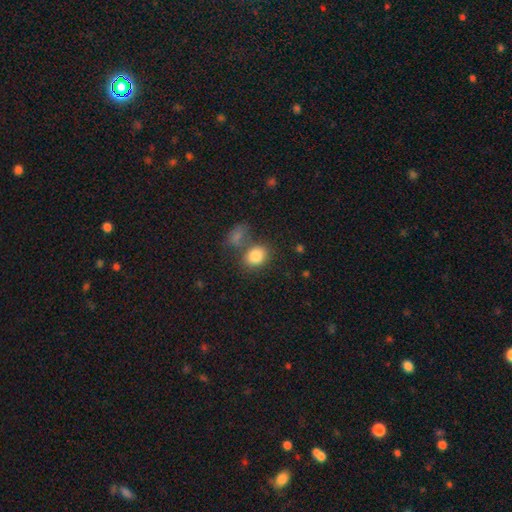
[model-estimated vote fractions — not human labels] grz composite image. It shows a smooth galaxy with no disk features (84%) that is in between round and cigar-shaped (58%). Merging: none (54%).